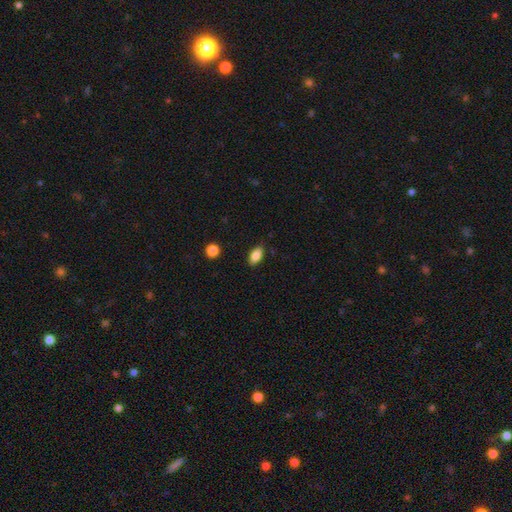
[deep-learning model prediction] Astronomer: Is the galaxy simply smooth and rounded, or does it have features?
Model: smooth — 85%.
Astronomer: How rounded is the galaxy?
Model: in between — 90%.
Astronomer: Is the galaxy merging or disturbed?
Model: none — 85%.